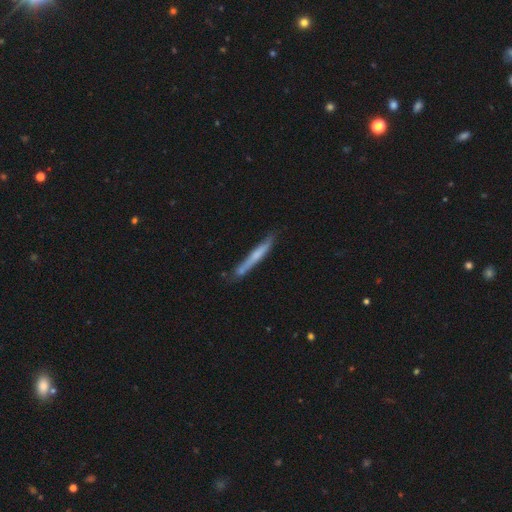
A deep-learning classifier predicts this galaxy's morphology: Smooth or featured?
  - smooth: 49% *
  - featured or disk: 45%
  - star or artifact: 6%
Merging?
  - none: 74% *
  - minor disturbance: 18%
  - merger: 5%
  - major disturbance: 3%